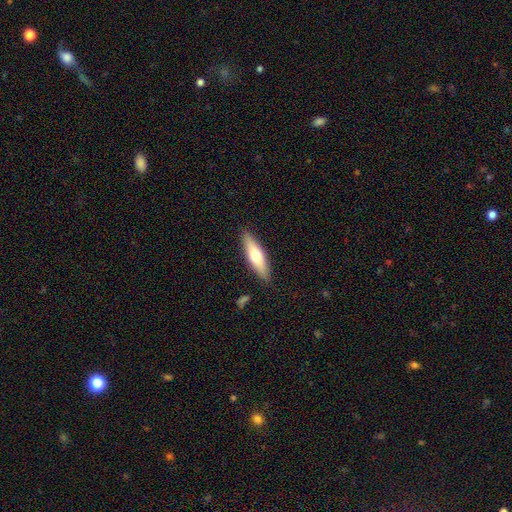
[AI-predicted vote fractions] smooth_or_featured: smooth (p=0.57) [alt: featured or disk p=0.37]
how_rounded: cigar-shaped (p=0.64) [alt: in between p=0.35]
merging: none (p=0.87) [alt: minor disturbance p=0.10]